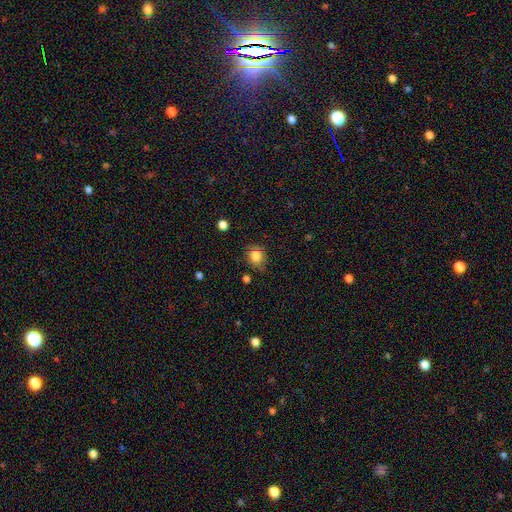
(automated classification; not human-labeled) smooth_or_featured: smooth (p=0.83) [alt: star or artifact p=0.11]
how_rounded: round (p=0.70) [alt: in between p=0.29]
merging: none (p=0.75) [alt: minor disturbance p=0.18]